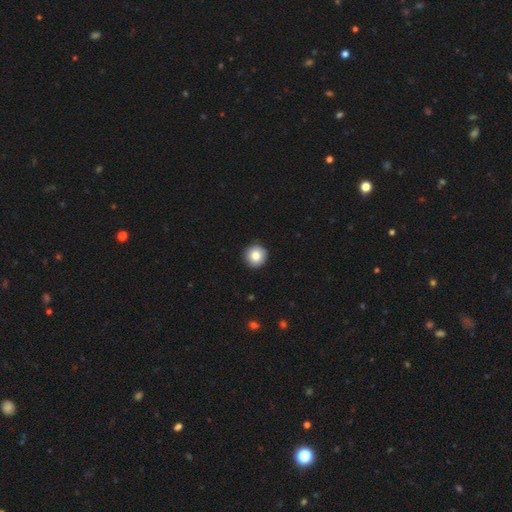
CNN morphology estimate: Overall: smooth (84%). How rounded: round (96%). Merging: none (92%).